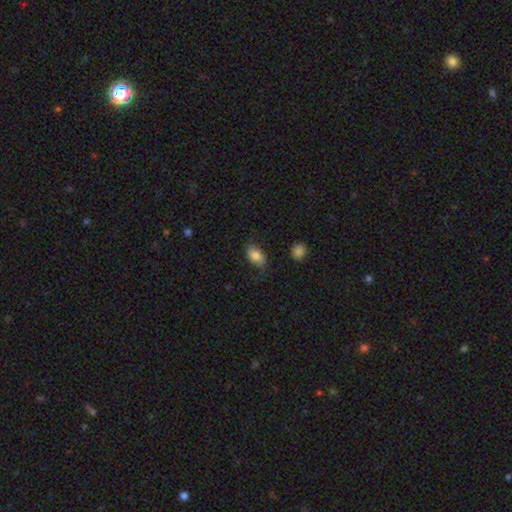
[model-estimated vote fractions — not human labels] Overall: smooth (76%). How rounded: in between (89%). Merging: none (67%).